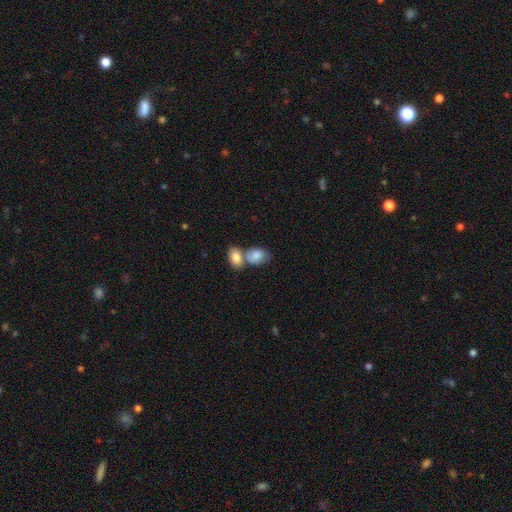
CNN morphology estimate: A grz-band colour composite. It shows a smooth galaxy with no disk features (81%) that is in between round and cigar-shaped (81%). Merging: merger (56%).